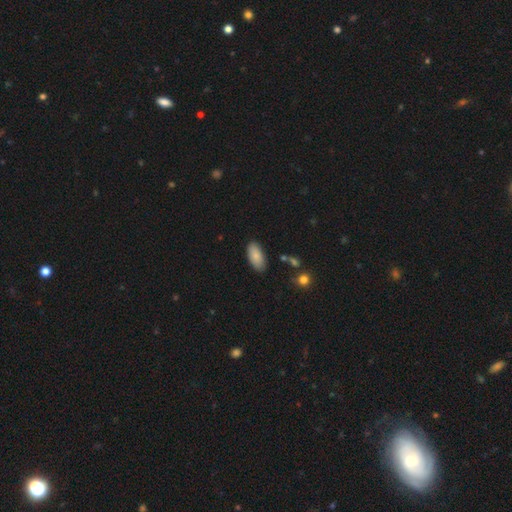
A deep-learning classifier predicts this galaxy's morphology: This is clearly a smooth galaxy (84%). How rounded: clearly in between (92%). Merging: clearly none (84%).